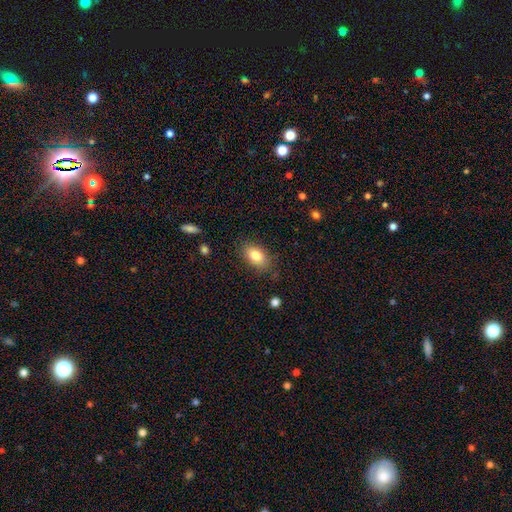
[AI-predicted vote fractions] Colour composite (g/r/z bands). It shows a smooth galaxy with no disk features (83%) that is in between round and cigar-shaped (88%). Merging: none (82%).